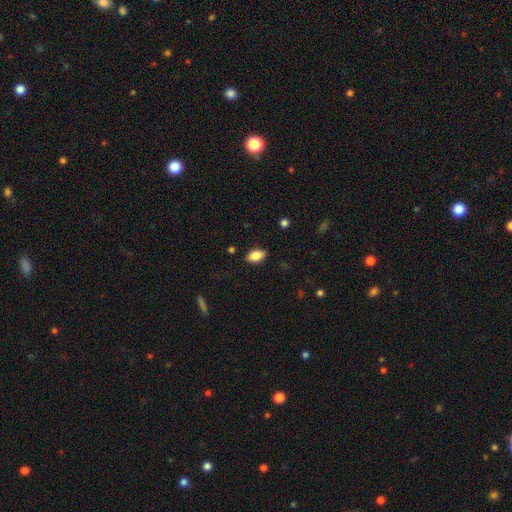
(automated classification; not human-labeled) Morphology: type=smooth (81%); roundness=in between (90%); merging=none (86%).